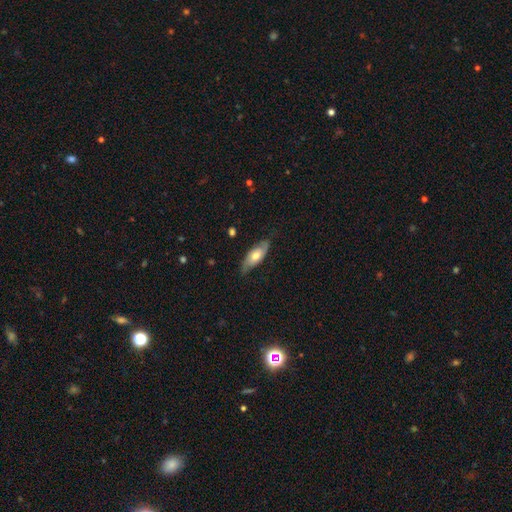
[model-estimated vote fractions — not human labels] Smooth or featured?
  - smooth: 48% *
  - featured or disk: 46%
  - star or artifact: 6%
Merging?
  - none: 73% *
  - minor disturbance: 21%
  - major disturbance: 4%
  - merger: 1%